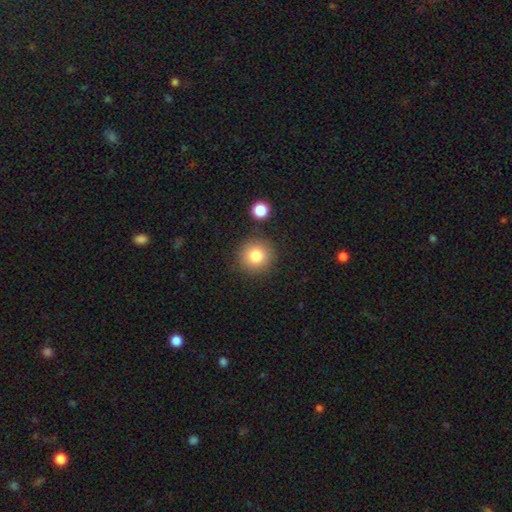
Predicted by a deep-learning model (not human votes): smooth-or-featured: smooth: 82% | star or artifact: 10% | featured or disk: 8%
  how-rounded: round: 93% | in between: 6% | cigar-shaped: 1%
  merging: none: 85% | minor disturbance: 8% | merger: 5% | major disturbance: 3%